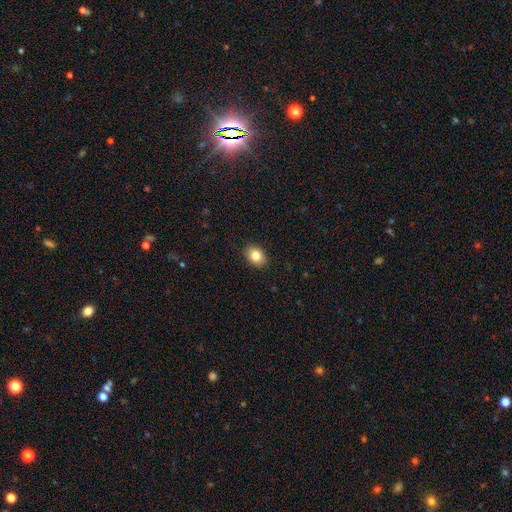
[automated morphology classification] Smooth or featured? Predicted: smooth (p=0.83). How rounded? Predicted: in between (p=0.67). Merging? Predicted: none (p=0.90).